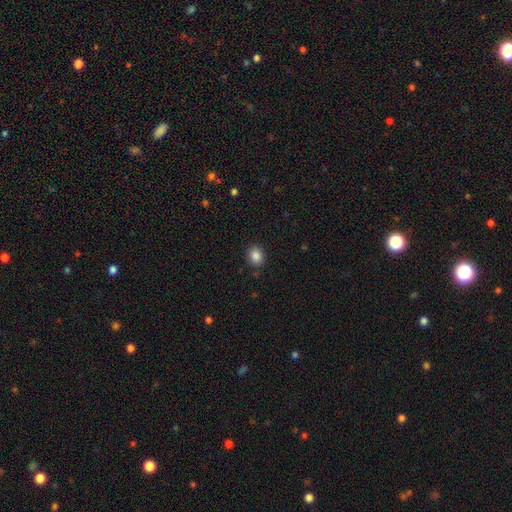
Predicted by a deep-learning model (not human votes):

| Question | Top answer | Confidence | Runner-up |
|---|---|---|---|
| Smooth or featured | smooth | 86% | star or artifact (10%) |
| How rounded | round | 61% | in between (38%) |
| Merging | none | 89% | minor disturbance (8%) |